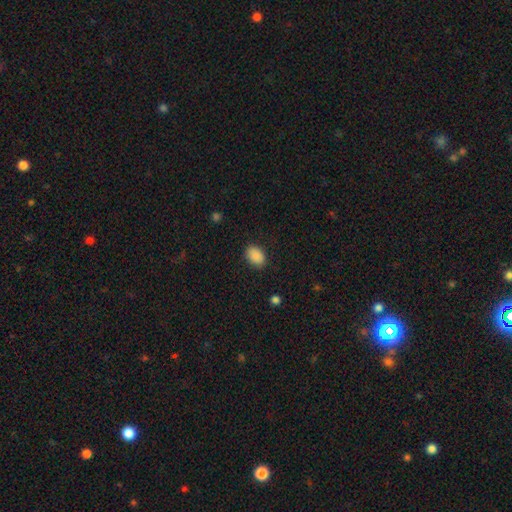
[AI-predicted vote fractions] Smooth or featured? Predicted: smooth (p=0.89). How rounded? Predicted: in between (p=0.83). Merging? Predicted: none (p=0.87).